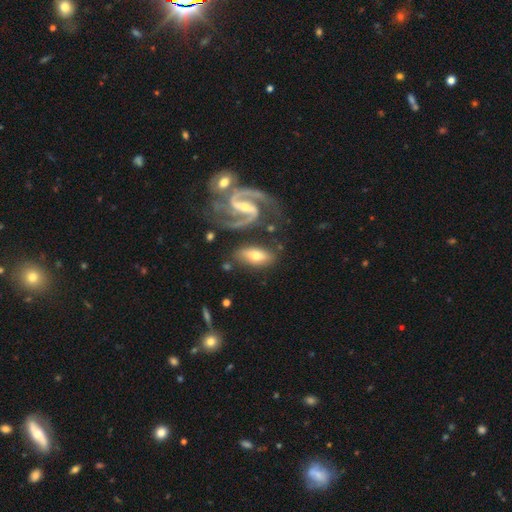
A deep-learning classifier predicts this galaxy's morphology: Q: Smooth or featured?
A: featured or disk (51%); runner-up: smooth (42%)
Q: Edge-on disk?
A: no (87%); runner-up: yes (13%)
Q: Merging?
A: none (67%); runner-up: minor disturbance (16%)